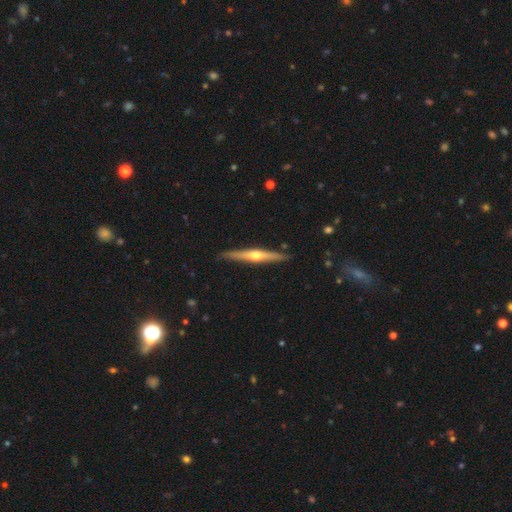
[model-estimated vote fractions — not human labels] This appears to be a featured or disk galaxy (70%) viewed edge-on (97%) with a rounded central bulge (89%). Merging: none (89%).